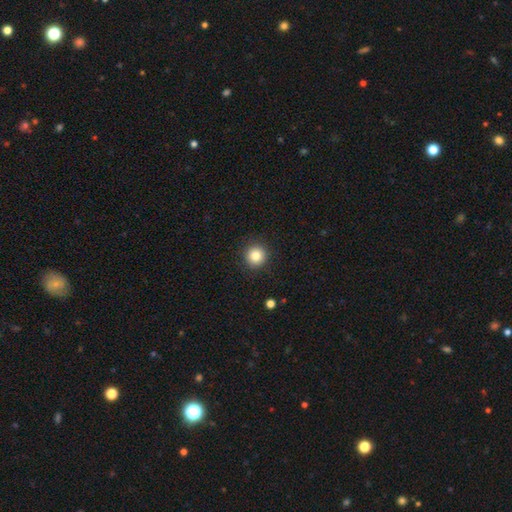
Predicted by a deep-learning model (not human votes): Morphology: type=smooth (83%); roundness=round (95%); merging=none (92%).